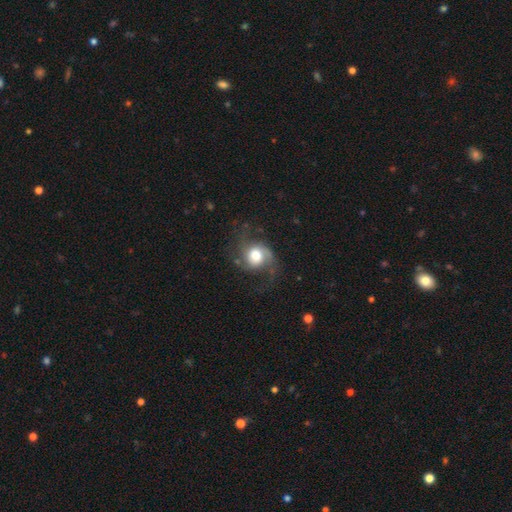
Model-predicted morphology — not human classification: Smooth or featured?
  - featured or disk: 60% *
  - smooth: 32%
  - star or artifact: 9%
Edge-on disk?
  - no: 97% *
  - yes: 3%
Bar?
  - no: 69% *
  - weak: 25%
  - strong: 6%
Spiral arms?
  - yes: 90% *
  - no: 10%
Spiral winding?
  - loose: 46% *
  - medium: 41%
  - tight: 13%
Spiral arm count?
  - 2: 69% *
  - 1: 17%
  - can't tell: 6%
  - 3: 4%
  - 4: 2%
  - more than 4: 1%
Bulge size?
  - moderate: 49% *
  - large: 36%
  - dominant: 7%
  - small: 6%
  - none: 1%
Merging?
  - none: 55% *
  - major disturbance: 23%
  - minor disturbance: 20%
  - merger: 2%